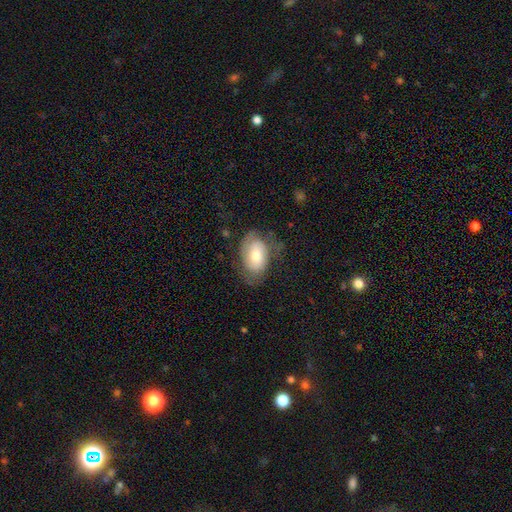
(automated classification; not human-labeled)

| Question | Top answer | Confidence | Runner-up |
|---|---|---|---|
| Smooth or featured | smooth | 52% | featured or disk (40%) |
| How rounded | in between | 86% | round (13%) |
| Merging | none | 57% | minor disturbance (27%) |